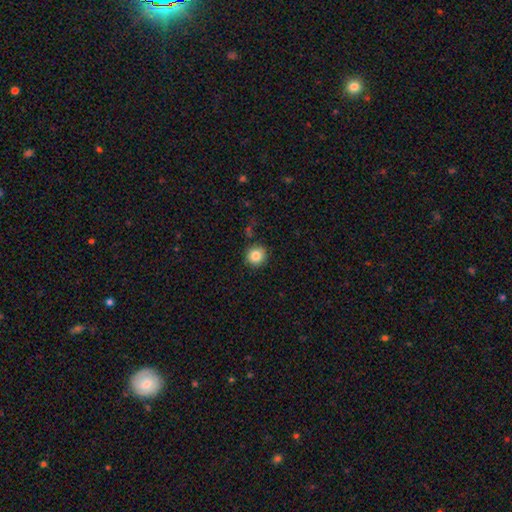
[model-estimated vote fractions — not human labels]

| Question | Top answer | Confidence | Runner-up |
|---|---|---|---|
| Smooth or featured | smooth | 85% | star or artifact (9%) |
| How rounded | round | 92% | in between (7%) |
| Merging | none | 87% | minor disturbance (9%) |